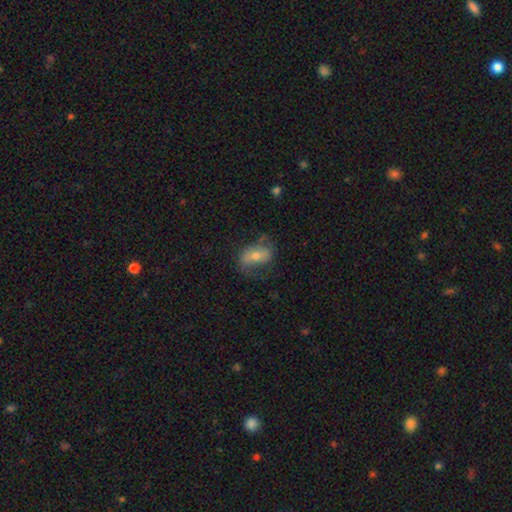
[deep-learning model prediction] smooth 47%, featured or disk 44%, star or artifact 8%. Down the decision tree: merging — none (53%).